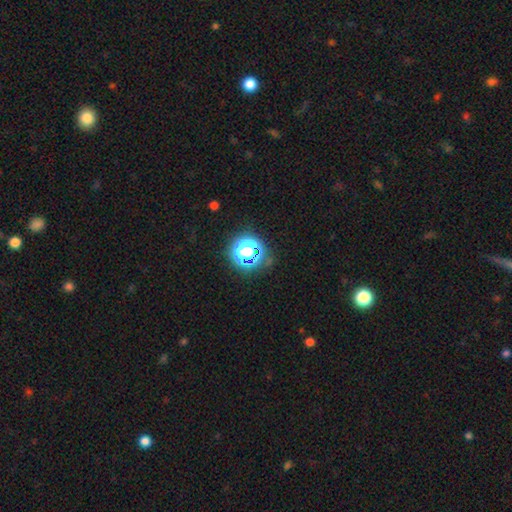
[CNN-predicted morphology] star or artifact 74%, smooth 19%, featured or disk 7%.